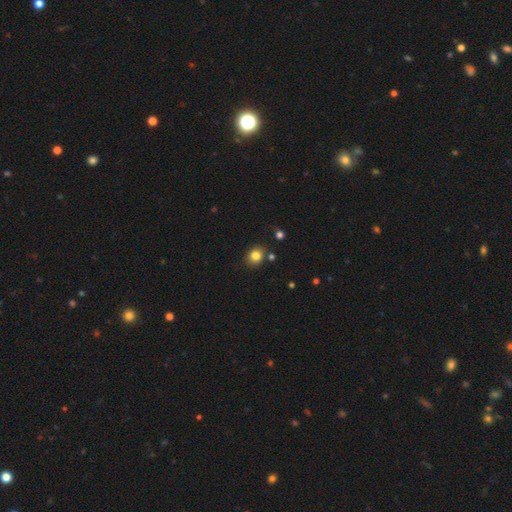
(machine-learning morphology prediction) Smooth or featured? smooth (82%)
How rounded? round (65%)
Merging? none (82%)